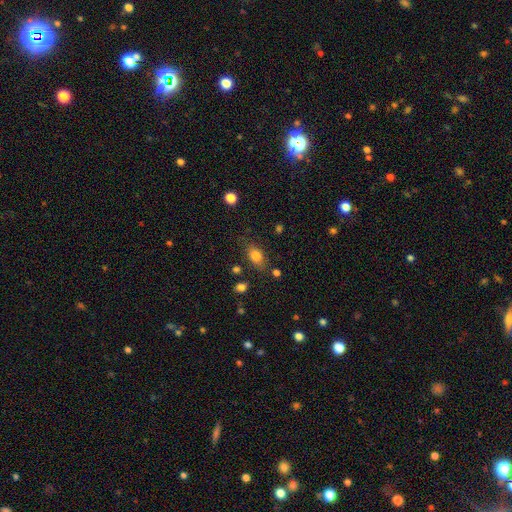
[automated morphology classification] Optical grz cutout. It shows a smooth galaxy with no disk features (81%) that is in between round and cigar-shaped (79%). Merging: none (74%).